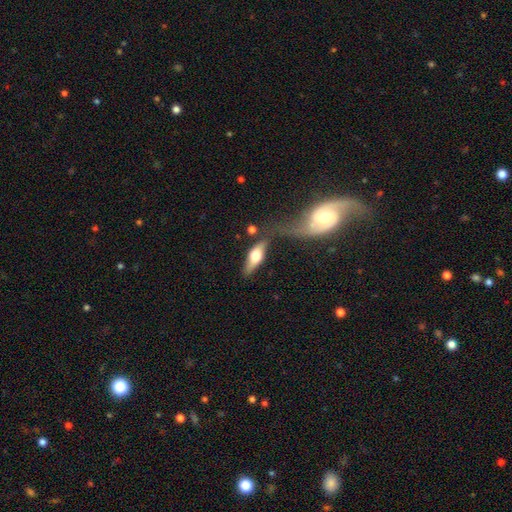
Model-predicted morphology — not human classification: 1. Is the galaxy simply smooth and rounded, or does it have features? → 47% smooth (tied), 47% featured or disk (tied), 6% star or artifact.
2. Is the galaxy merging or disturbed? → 61% none, 17% minor disturbance, 14% merger, 8% major disturbance.